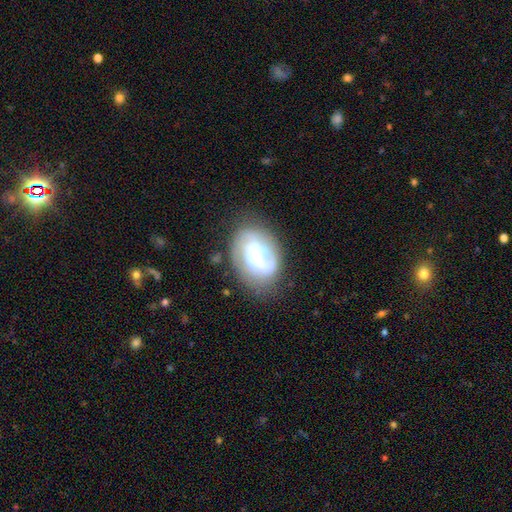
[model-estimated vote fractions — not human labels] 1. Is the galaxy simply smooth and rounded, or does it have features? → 70% featured or disk, 23% smooth, 8% star or artifact.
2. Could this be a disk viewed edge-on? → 97% no, 3% yes.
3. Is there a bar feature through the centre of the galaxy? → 49% no, 38% weak, 13% strong.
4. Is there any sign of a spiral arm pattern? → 85% yes, 15% no.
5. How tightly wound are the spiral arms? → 39% medium, 38% tight, 23% loose.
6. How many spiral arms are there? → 40% 2, 25% can't tell, 16% 1, 13% 3, 3% 4, 3% more than 4.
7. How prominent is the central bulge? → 45% small, 26% moderate, 18% none, 9% large, 3% dominant.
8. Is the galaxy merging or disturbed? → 62% none, 21% minor disturbance, 14% major disturbance, 3% merger.